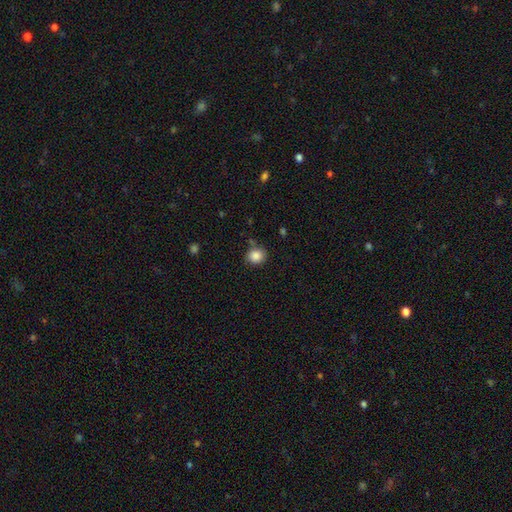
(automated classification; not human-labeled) Morphology: type=smooth (86%); roundness=round (78%); merging=none (79%).